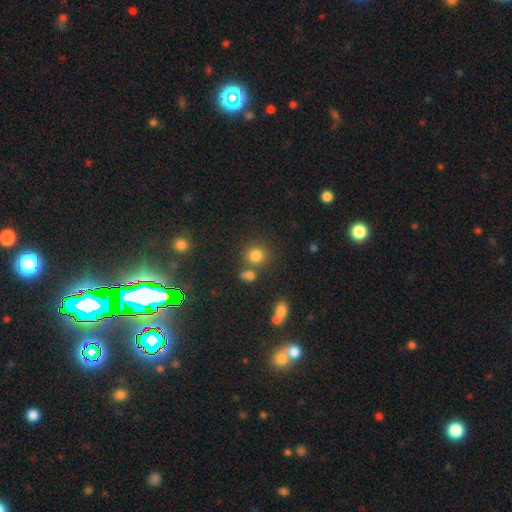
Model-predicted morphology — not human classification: A smooth galaxy with no disk features (79%) that is round (84%). Merging: none (69%).